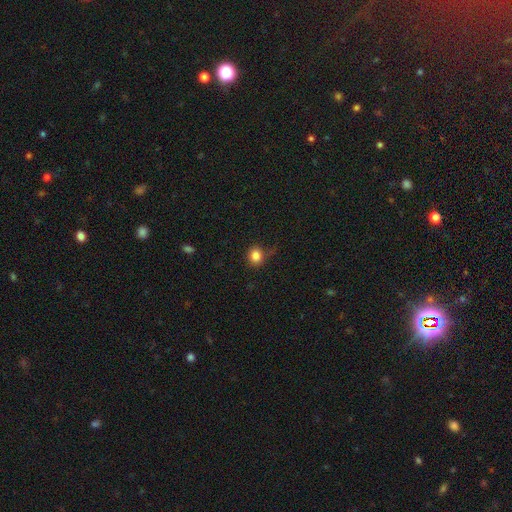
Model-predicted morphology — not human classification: Q: Smooth or featured?
A: smooth (83%); runner-up: star or artifact (11%)
Q: How rounded?
A: round (74%); runner-up: in between (25%)
Q: Merging?
A: none (74%); runner-up: minor disturbance (18%)